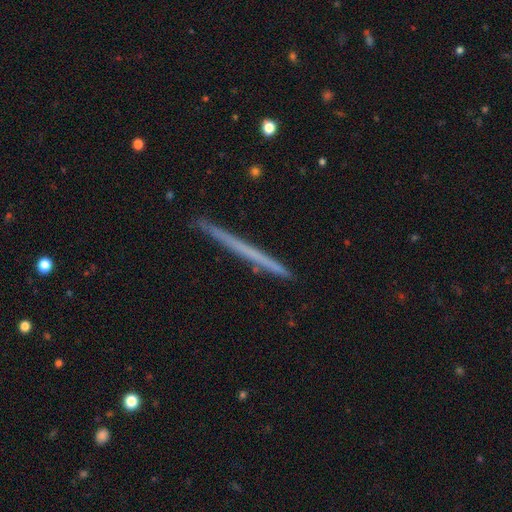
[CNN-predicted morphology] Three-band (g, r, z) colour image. It shows a featured or disk galaxy (51%) viewed edge-on (98%). Merging: none (91%).